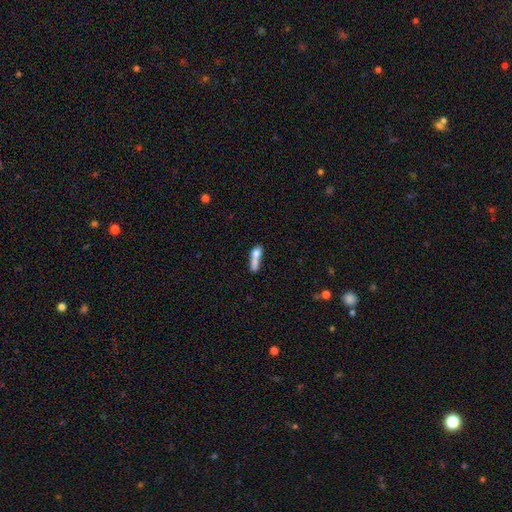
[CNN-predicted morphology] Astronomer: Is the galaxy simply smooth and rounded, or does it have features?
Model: smooth — 67%.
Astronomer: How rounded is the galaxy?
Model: cigar-shaped — 46% (runner-up: in between, 43%).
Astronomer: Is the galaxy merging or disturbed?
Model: merger — 51%.